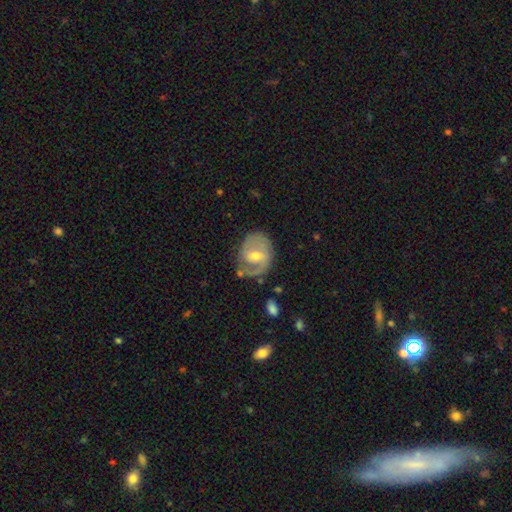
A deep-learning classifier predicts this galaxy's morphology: The model was most divided on "spiral winding": medium: 48%, tight: 31%, loose: 21%. More confident: edge-on disk — no (97%); spiral arms — yes (89%); smooth or featured — featured or disk (76%); merging — none (65%); spiral arm count — 2 (65%); bulge size — moderate (60%); bar — weak (55%).